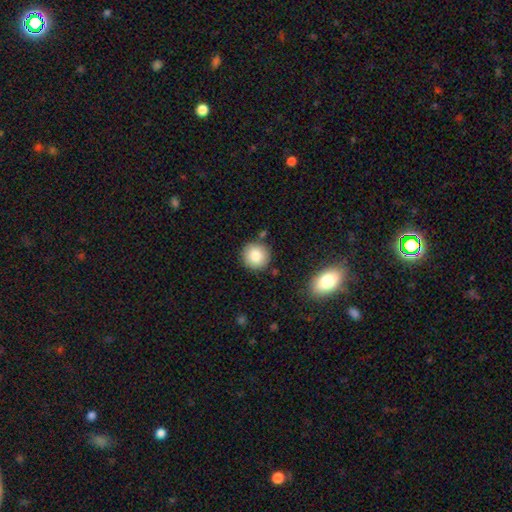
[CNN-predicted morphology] Smooth or featured? Predicted: smooth (p=0.84). How rounded? Predicted: round (p=0.93). Merging? Predicted: none (p=0.85).